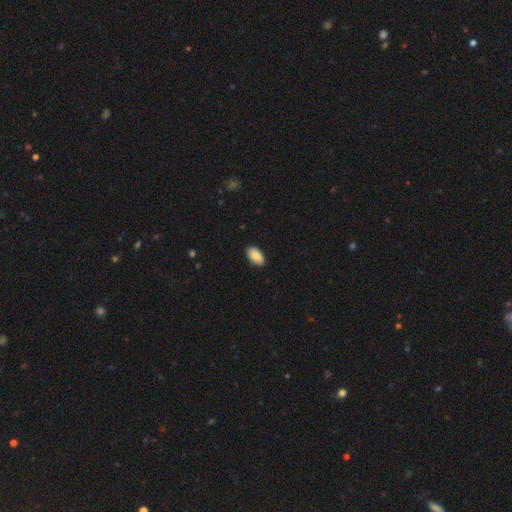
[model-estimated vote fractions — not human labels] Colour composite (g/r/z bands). It shows a smooth galaxy with no disk features (85%) that is in between round and cigar-shaped (95%). Merging: none (87%).